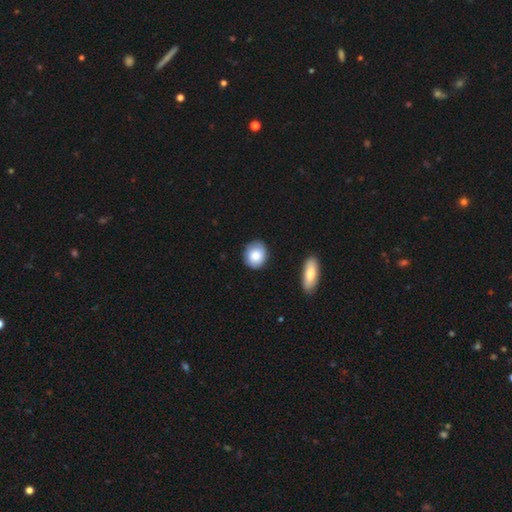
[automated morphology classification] The model was most divided on "how rounded": round: 72%, in between: 27%, cigar-shaped: 1%. More confident: merging — none (81%); smooth or featured — smooth (80%).